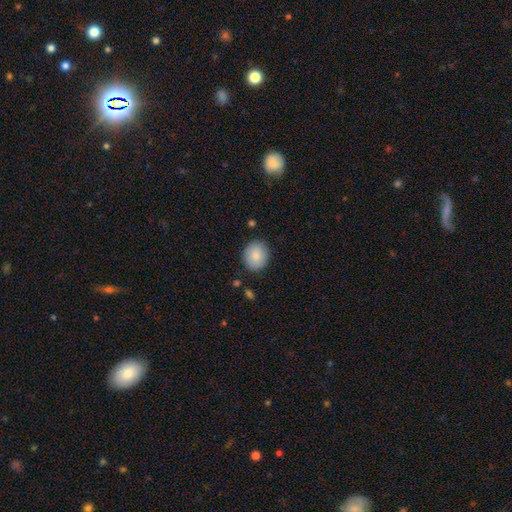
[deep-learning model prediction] Smooth or featured: smooth — 86% (featured or disk — 7%)
How rounded: round — 66% (in between — 33%)
Merging: none — 86% (minor disturbance — 10%)